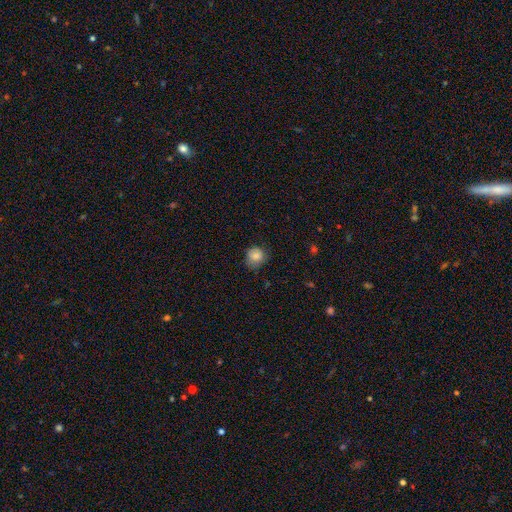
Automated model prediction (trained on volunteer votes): A smooth galaxy with no disk features (84%) that is round (86%).

Vote fractions:
- Smooth or featured? smooth: 84% / star or artifact: 10% / featured or disk: 7%
- How rounded? round: 86% / in between: 13% / cigar-shaped: 1%
- Merging? none: 70% / minor disturbance: 23% / major disturbance: 5% / merger: 1%